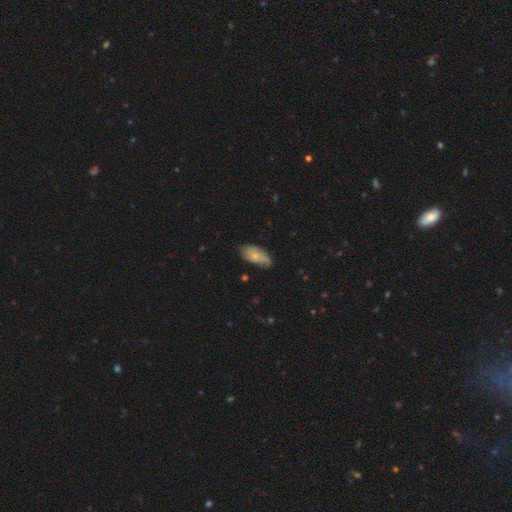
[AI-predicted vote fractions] smooth_or_featured: smooth (p=0.66) [alt: featured or disk p=0.27]
how_rounded: in between (p=0.92) [alt: cigar-shaped p=0.05]
merging: none (p=0.58) [alt: minor disturbance p=0.33]